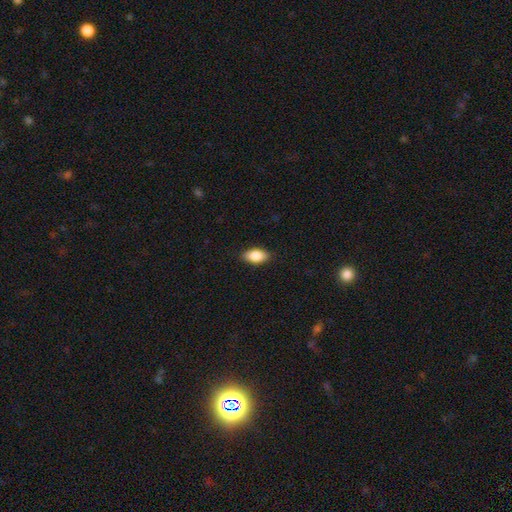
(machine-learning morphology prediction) This is clearly a smooth galaxy (86%). How rounded: clearly in between (91%). Merging: clearly none (88%).